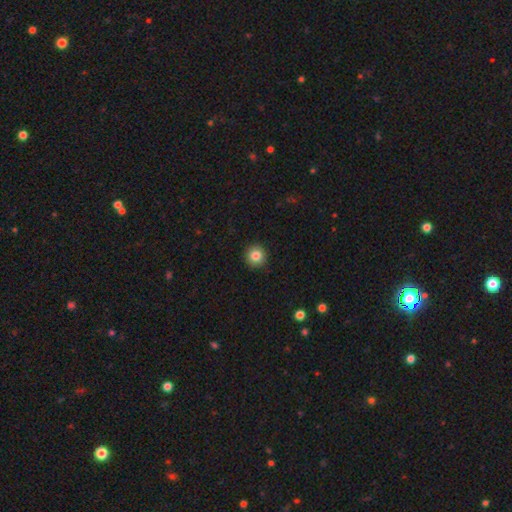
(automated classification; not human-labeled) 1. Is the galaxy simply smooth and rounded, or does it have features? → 83% smooth, 10% star or artifact, 7% featured or disk.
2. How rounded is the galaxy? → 95% round, 4% in between, 1% cigar-shaped.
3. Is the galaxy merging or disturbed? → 93% none, 5% minor disturbance, 1% major disturbance, 1% merger.